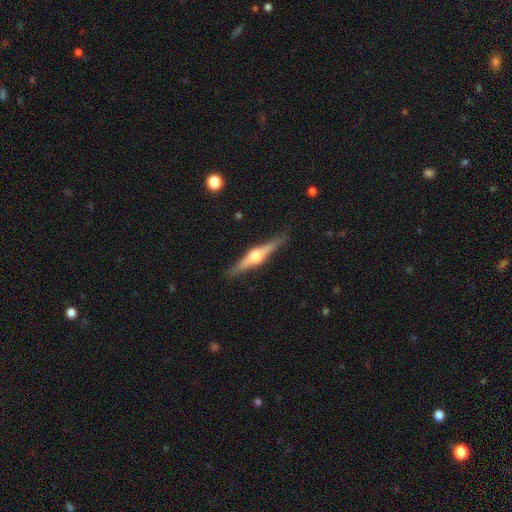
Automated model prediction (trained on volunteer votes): smooth_or_featured: featured or disk (p=0.78) [alt: smooth p=0.17]
disk_edge_on: yes (p=0.98) [alt: no p=0.02]
edge_on_bulge: rounded (p=0.94) [alt: boxy p=0.04]
merging: none (p=0.89) [alt: minor disturbance p=0.08]